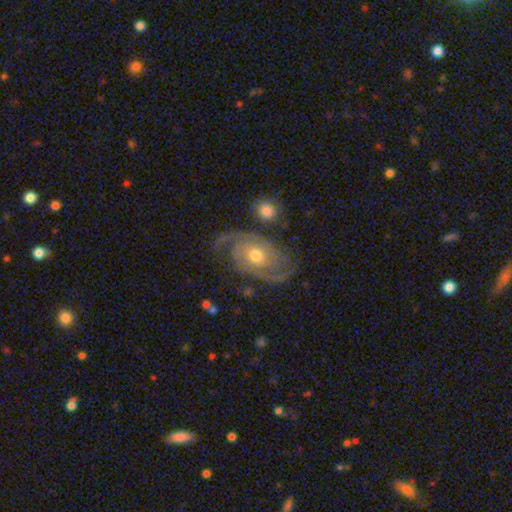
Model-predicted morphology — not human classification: Q: Smooth or featured?
A: featured or disk (87%); runner-up: smooth (8%)
Q: Edge-on disk?
A: no (97%); runner-up: yes (3%)
Q: Bar?
A: no (76%); runner-up: weak (20%)
Q: Spiral arms?
A: yes (96%); runner-up: no (4%)
Q: Spiral winding?
A: medium (42%); runner-up: tight (40%)
Q: Spiral arm count?
A: 2 (59%); runner-up: 3 (15%)
Q: Bulge size?
A: moderate (71%); runner-up: small (22%)
Q: Merging?
A: none (68%); runner-up: minor disturbance (18%)